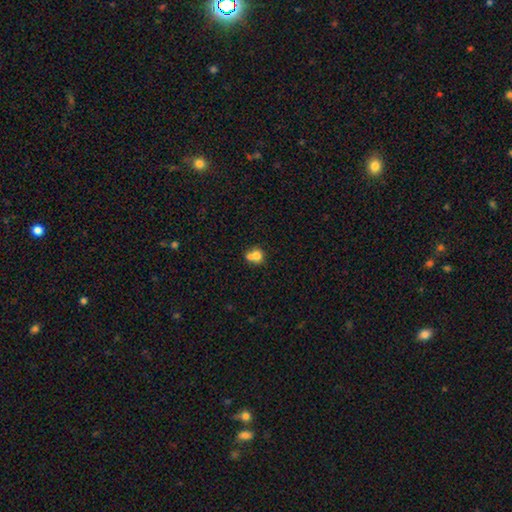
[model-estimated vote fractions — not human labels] Smooth or featured? Predicted: smooth (p=0.73). How rounded? Predicted: round (p=0.72). Merging? Predicted: merger (p=0.51).